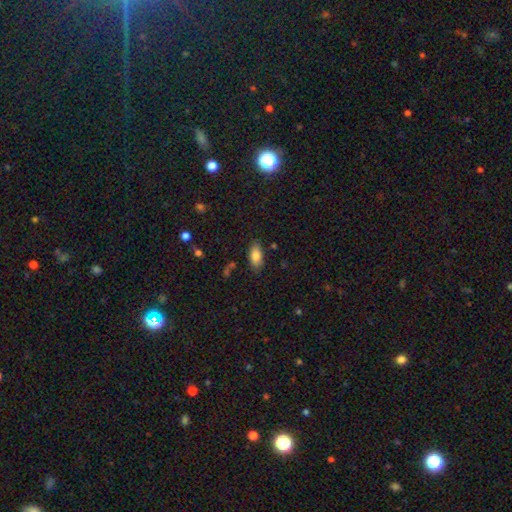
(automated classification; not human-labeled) smooth 84%, star or artifact 8%, featured or disk 8%. Down the decision tree: how rounded — in between (90%); merging — none (82%).